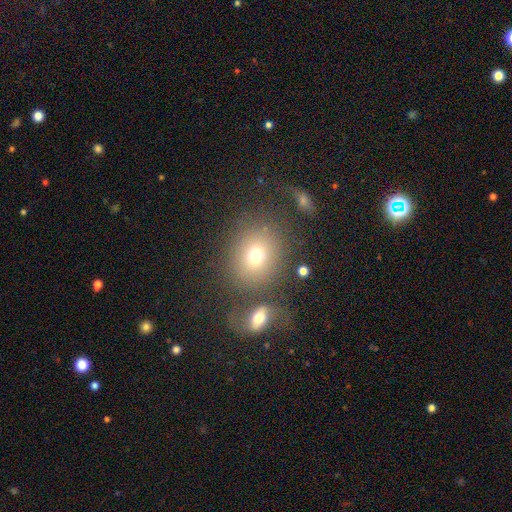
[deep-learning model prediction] Morphology: type=smooth (74%); roundness=round (69%); merging=none (70%).